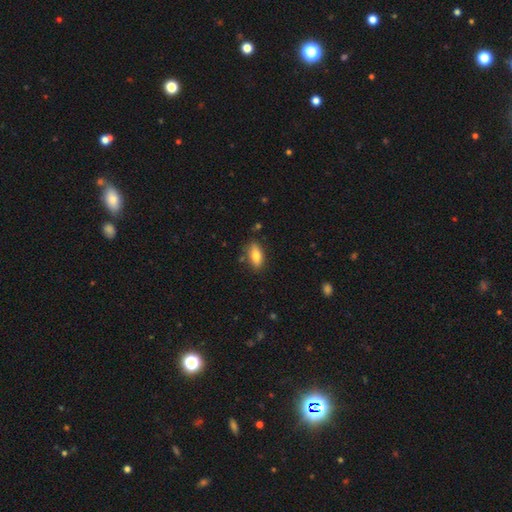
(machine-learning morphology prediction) Q: Smooth or featured?
A: smooth (77%); runner-up: featured or disk (16%)
Q: How rounded?
A: in between (83%); runner-up: cigar-shaped (13%)
Q: Merging?
A: none (81%); runner-up: minor disturbance (14%)